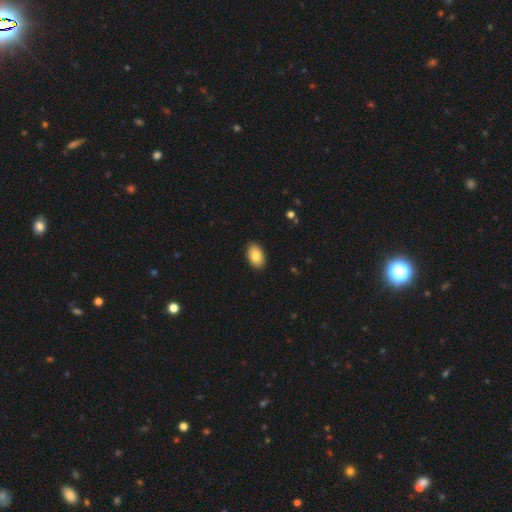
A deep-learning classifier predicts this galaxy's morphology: smooth-or-featured: smooth: 85% | featured or disk: 8% | star or artifact: 7%
  how-rounded: in between: 92% | round: 7% | cigar-shaped: 1%
  merging: none: 90% | minor disturbance: 8% | major disturbance: 2% | merger: 1%